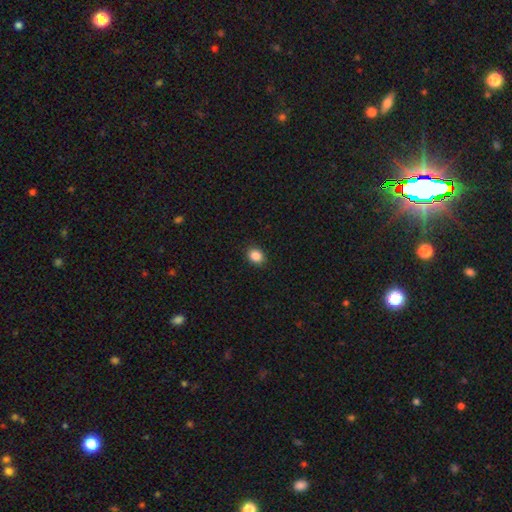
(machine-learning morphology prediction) Smooth or featured? smooth (87%)
How rounded? round (54%)
Merging? none (90%)